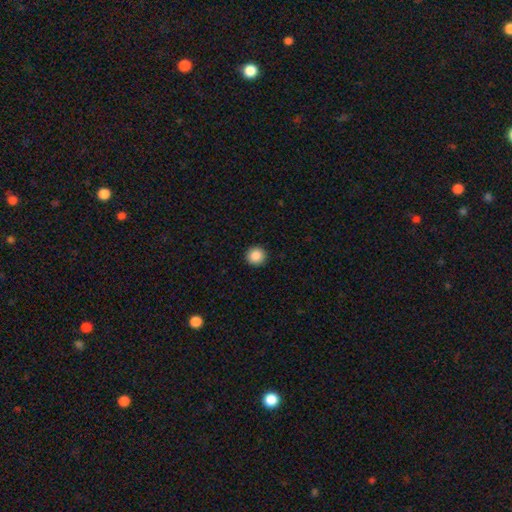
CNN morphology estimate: Smooth or featured: smooth — 87% (star or artifact — 9%)
How rounded: round — 95% (in between — 4%)
Merging: none — 92% (minor disturbance — 5%)